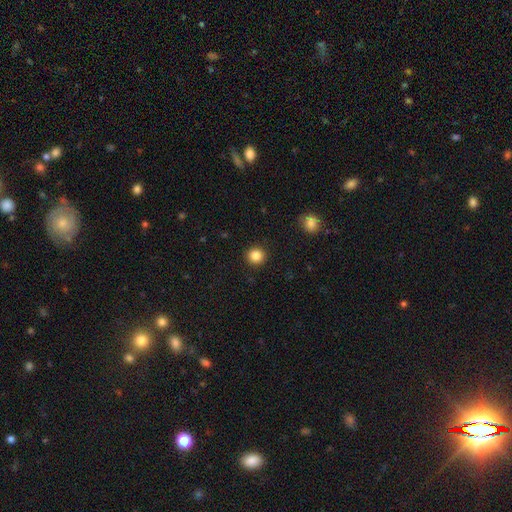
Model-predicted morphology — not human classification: This appears to be a smooth galaxy with no disk features (85%) that is round (94%). Merging: none (92%).